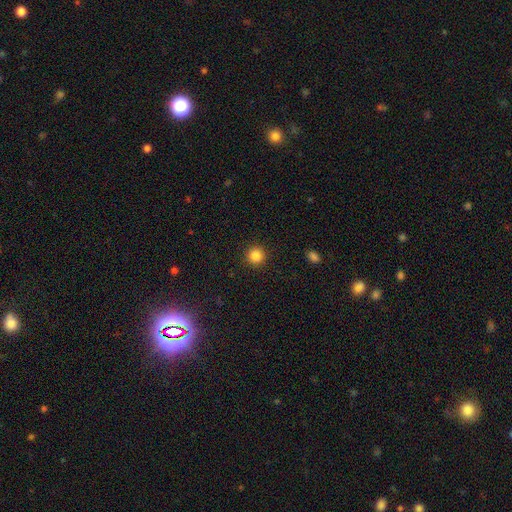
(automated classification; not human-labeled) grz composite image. It shows a smooth galaxy with no disk features (85%) that is round (95%). Merging: none (92%).